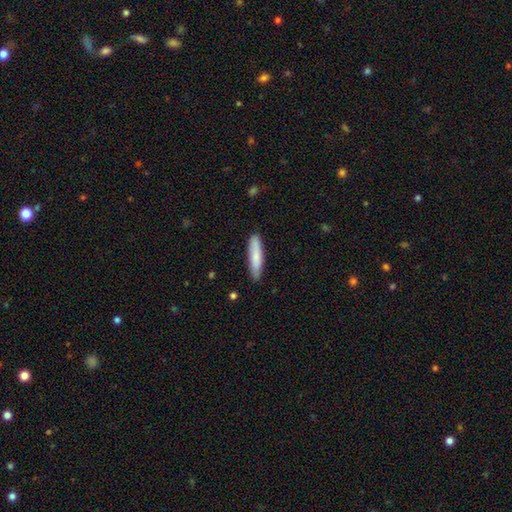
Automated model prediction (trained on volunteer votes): Smooth or featured? Predicted: smooth (p=0.79). How rounded? Predicted: cigar-shaped (p=0.82). Merging? Predicted: none (p=0.85).